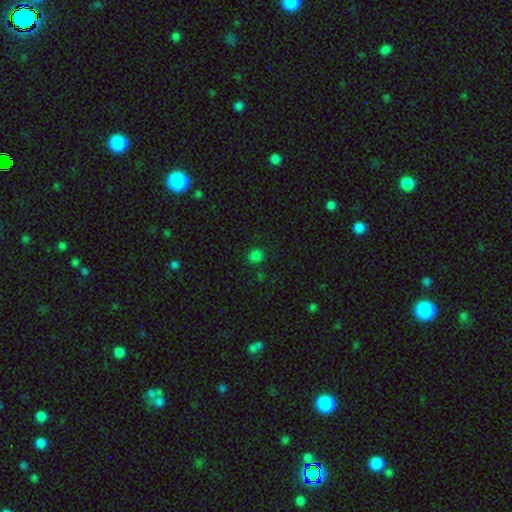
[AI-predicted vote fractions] Smooth or featured?
  - smooth: 79% *
  - star or artifact: 18%
  - featured or disk: 3%
How rounded?
  - round: 81% *
  - in between: 18%
  - cigar-shaped: 1%
Merging?
  - none: 86% *
  - minor disturbance: 9%
  - major disturbance: 3%
  - merger: 2%